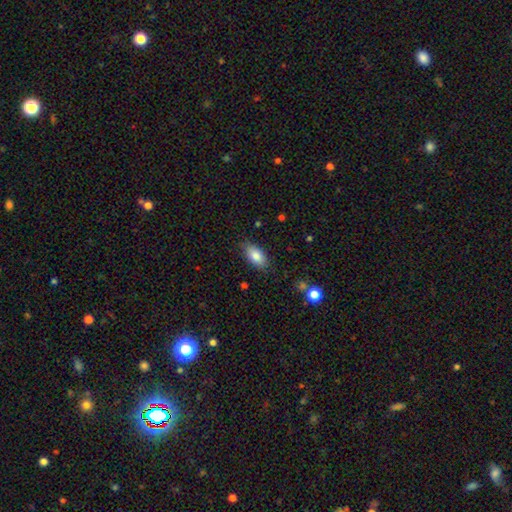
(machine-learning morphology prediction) This appears to be a smooth galaxy with no disk features (83%) that is in between round and cigar-shaped (91%). Merging: none (81%).